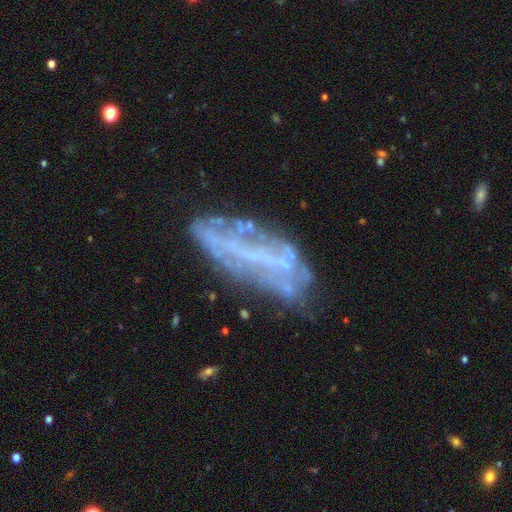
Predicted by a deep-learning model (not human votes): This appears to be a featured or disk galaxy (67%) with no bar (47%), no spiral arms (66%) and no central bulge (71%). Merging: none (55%).